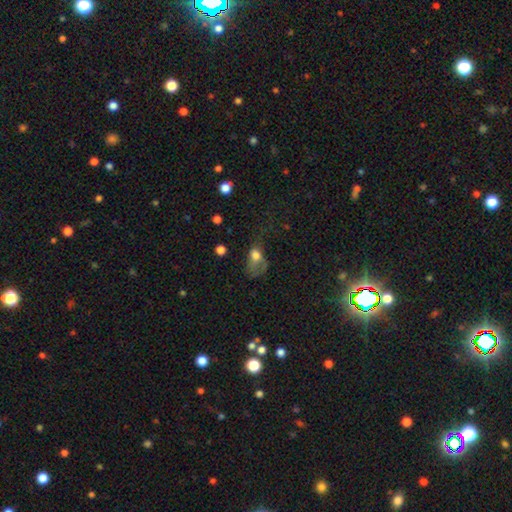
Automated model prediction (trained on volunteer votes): This appears to be a smooth galaxy with no disk features (63%) that is in between round and cigar-shaped (72%). Merging: major disturbance (59%).